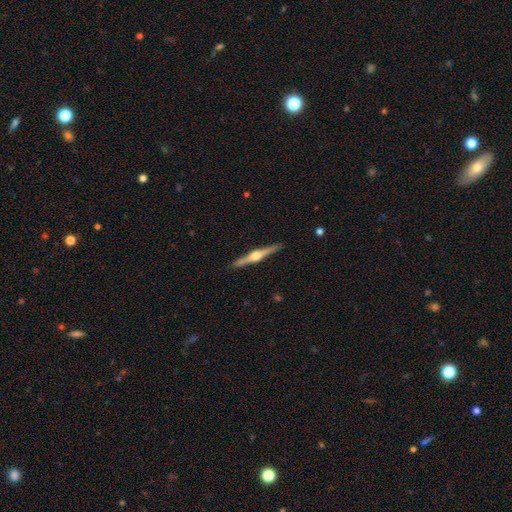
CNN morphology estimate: The model was most divided on "smooth or featured": featured or disk: 81%, smooth: 14%, star or artifact: 5%. More confident: edge-on disk — yes (99%); edge-on bulge — rounded (93%); merging — none (92%).